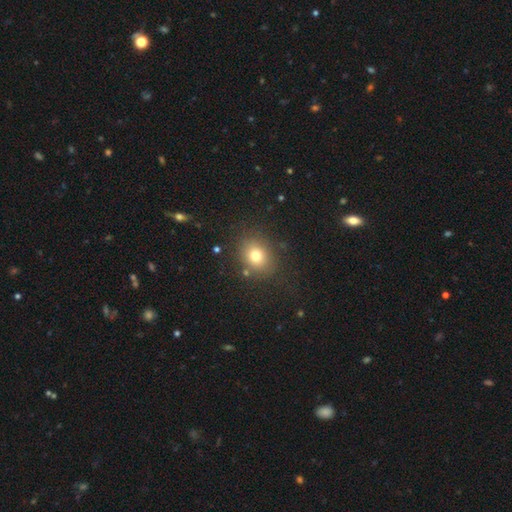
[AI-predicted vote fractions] The model was most divided on "how rounded": round: 59%, in between: 40%, cigar-shaped: 1%. More confident: merging — none (82%); smooth or featured — smooth (75%).